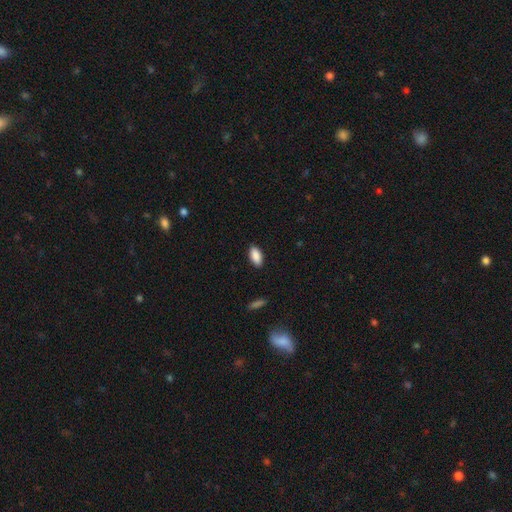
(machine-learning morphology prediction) Smooth or featured? smooth (88%)
How rounded? in between (90%)
Merging? none (88%)